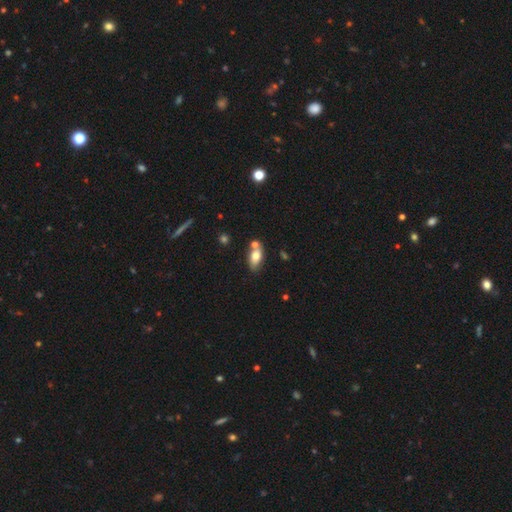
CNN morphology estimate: This appears to be a smooth galaxy with no disk features (72%) that is in between round and cigar-shaped (87%). Merging: none (60%).